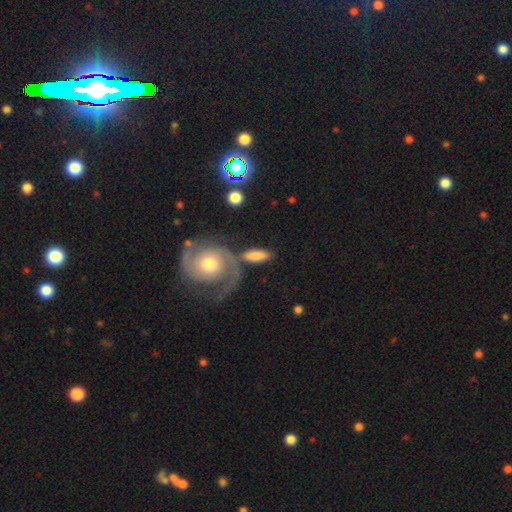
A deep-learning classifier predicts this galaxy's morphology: A smooth galaxy with no disk features (64%) that is in between round and cigar-shaped (69%). Merging: none (57%).